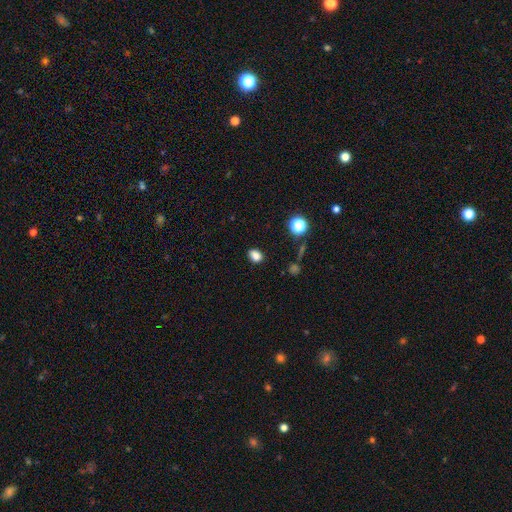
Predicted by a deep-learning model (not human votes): A smooth galaxy with no disk features (82%) that is in between round and cigar-shaped (69%).

Vote fractions:
- Smooth or featured? smooth: 82% / star or artifact: 14% / featured or disk: 4%
- How rounded? in between: 69% / round: 30% / cigar-shaped: 1%
- Merging? none: 84% / minor disturbance: 11% / major disturbance: 3% / merger: 2%